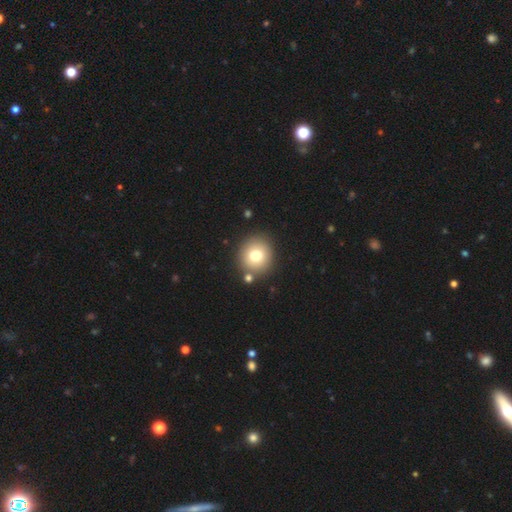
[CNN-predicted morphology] A smooth galaxy with no disk features (75%) that is round (89%).

Vote fractions:
- Smooth or featured? smooth: 75% / featured or disk: 14% / star or artifact: 11%
- How rounded? round: 89% / in between: 10% / cigar-shaped: 1%
- Merging? none: 83% / minor disturbance: 8% / merger: 7% / major disturbance: 3%